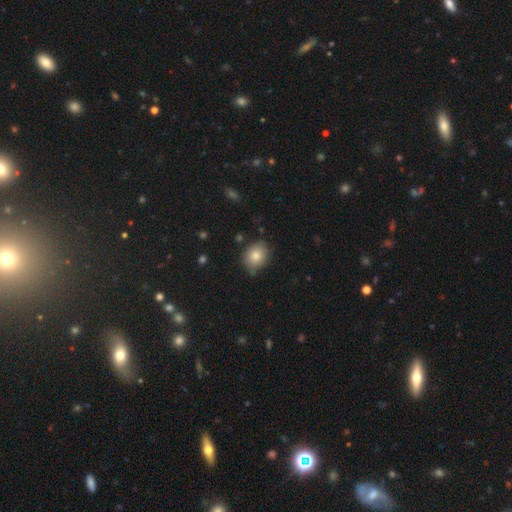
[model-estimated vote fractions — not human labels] Smooth or featured?
  - smooth: 82% *
  - star or artifact: 9%
  - featured or disk: 9%
How rounded?
  - round: 55% *
  - in between: 44%
  - cigar-shaped: 1%
Merging?
  - none: 79% *
  - minor disturbance: 16%
  - major disturbance: 3%
  - merger: 2%